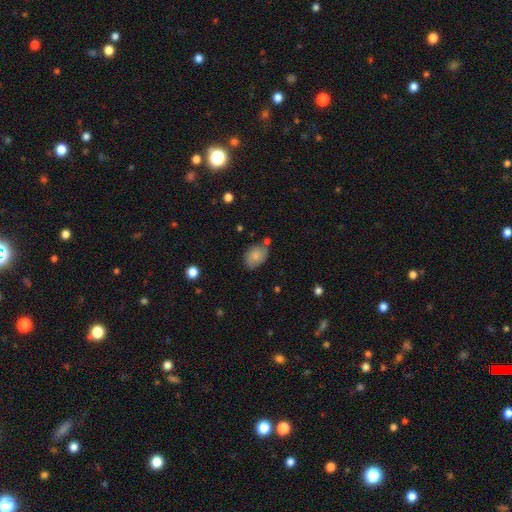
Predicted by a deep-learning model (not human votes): A smooth galaxy with no disk features (75%) that is in between round and cigar-shaped (76%). Merging: none (60%).